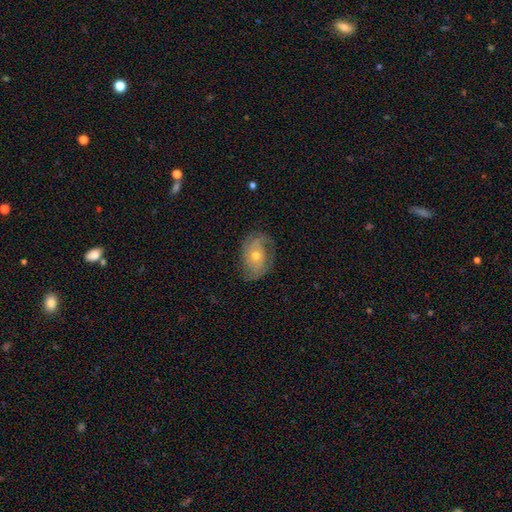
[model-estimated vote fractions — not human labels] A featured or disk galaxy (75%) with no bar (76%), 2 (45%) tight (43%) spiral arms (90%) and a moderate central bulge (53%). Merging: none (67%).